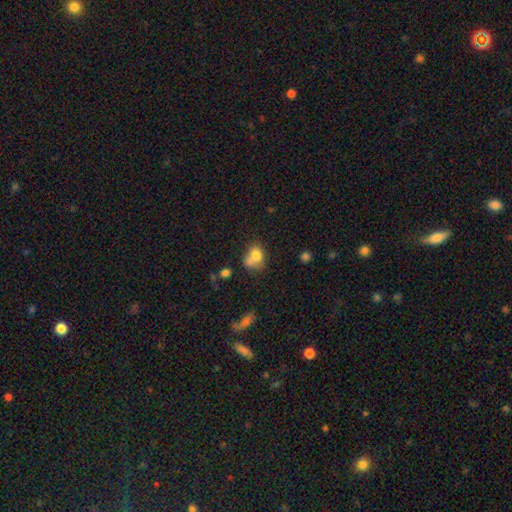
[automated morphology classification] A smooth galaxy with no disk features (74%) that is in between round and cigar-shaped (51%).

Vote fractions:
- Smooth or featured? smooth: 74% / featured or disk: 15% / star or artifact: 11%
- How rounded? in between: 51% / round: 48% / cigar-shaped: 1%
- Merging? merger: 43% / none: 30% / minor disturbance: 17% / major disturbance: 10%